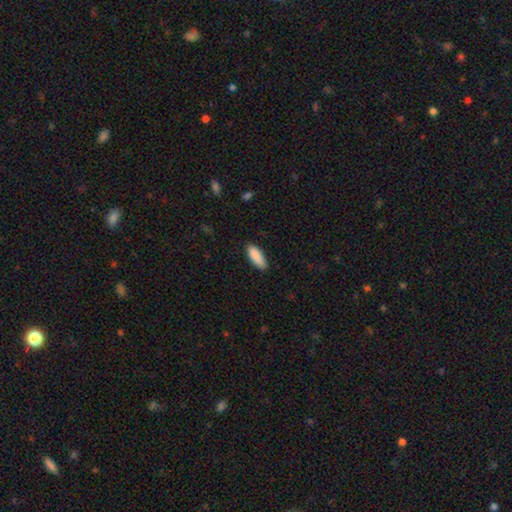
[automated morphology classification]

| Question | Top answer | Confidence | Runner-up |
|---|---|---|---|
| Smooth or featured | smooth | 89% | star or artifact (6%) |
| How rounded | in between | 72% | cigar-shaped (26%) |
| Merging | none | 84% | minor disturbance (12%) |